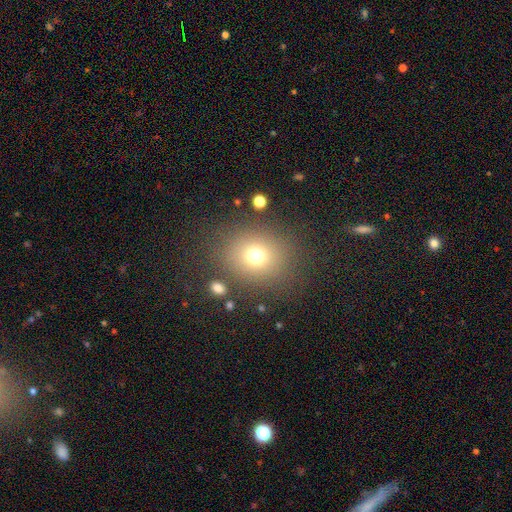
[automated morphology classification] smooth 72%, star or artifact 17%, featured or disk 11%. Down the decision tree: how rounded — round (72%); merging — none (82%).